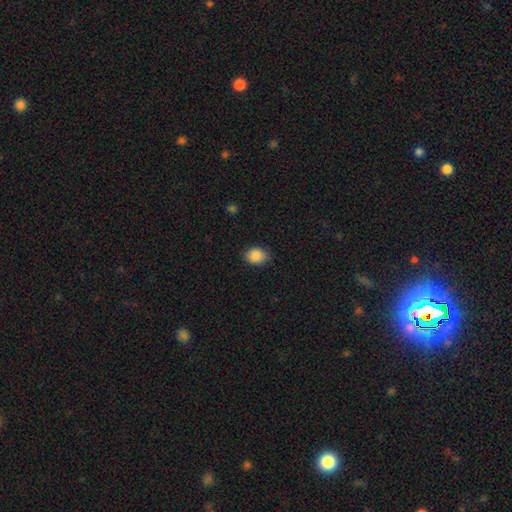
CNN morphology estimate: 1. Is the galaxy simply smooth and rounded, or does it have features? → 88% smooth, 8% star or artifact, 4% featured or disk.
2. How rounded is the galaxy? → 53% in between, 46% round, 1% cigar-shaped.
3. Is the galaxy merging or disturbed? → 80% none, 16% minor disturbance, 3% major disturbance, 1% merger.